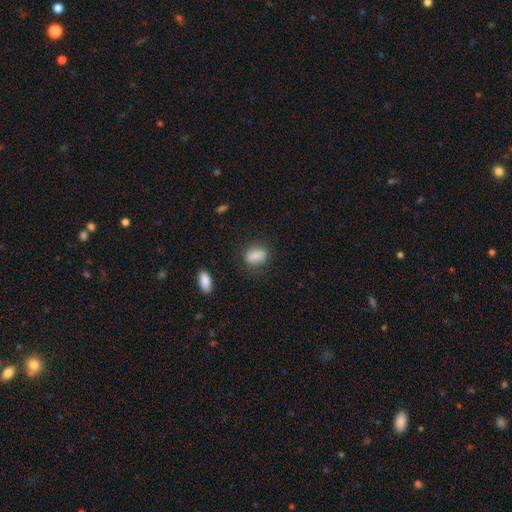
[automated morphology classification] Smooth or featured?
  - smooth: 84% *
  - featured or disk: 8%
  - star or artifact: 8%
How rounded?
  - in between: 73% *
  - round: 22%
  - cigar-shaped: 5%
Merging?
  - none: 78% *
  - minor disturbance: 15%
  - major disturbance: 5%
  - merger: 2%